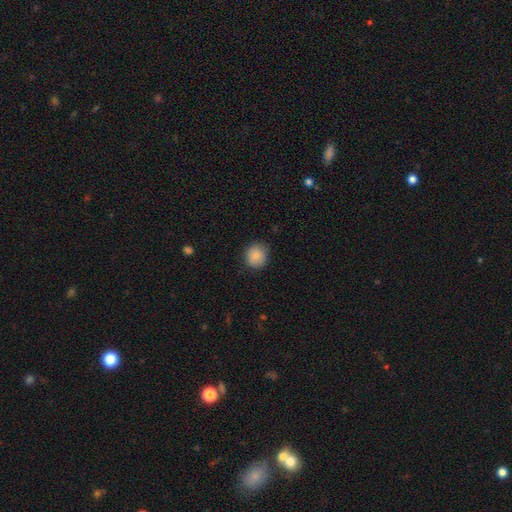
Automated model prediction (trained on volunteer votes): smooth_or_featured: smooth (p=0.85) [alt: star or artifact p=0.09]
how_rounded: round (p=0.88) [alt: in between p=0.11]
merging: none (p=0.83) [alt: minor disturbance p=0.13]